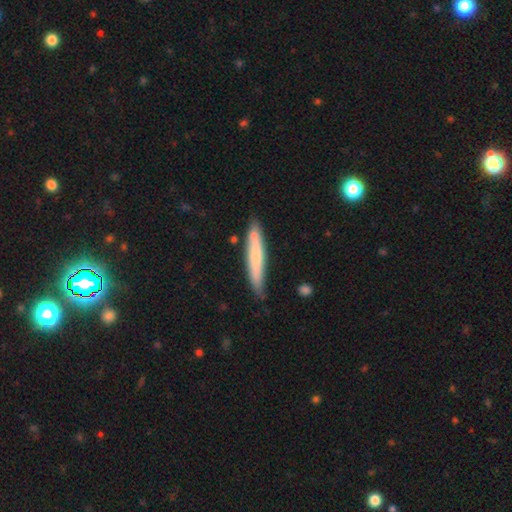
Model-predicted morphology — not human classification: Smooth or featured? Predicted: smooth (p=0.65). How rounded? Predicted: cigar-shaped (p=0.92). Merging? Predicted: none (p=0.79).